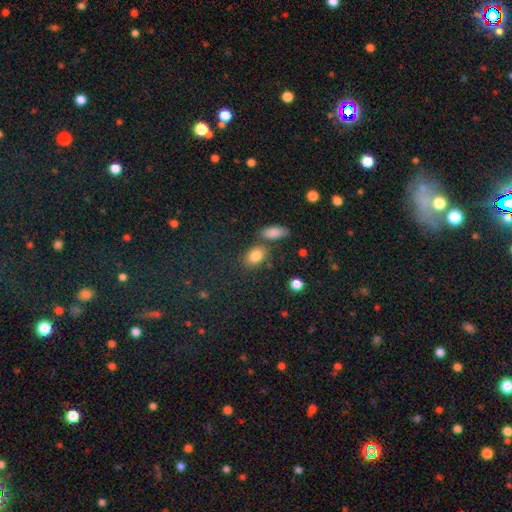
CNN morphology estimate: This appears to be a smooth galaxy with no disk features (83%) that is in between round and cigar-shaped (78%). Merging: none (68%).